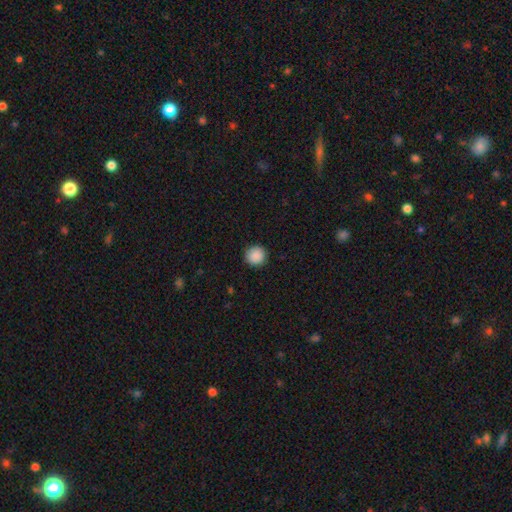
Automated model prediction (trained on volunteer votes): Morphology: type=smooth (89%); roundness=round (95%); merging=none (92%).